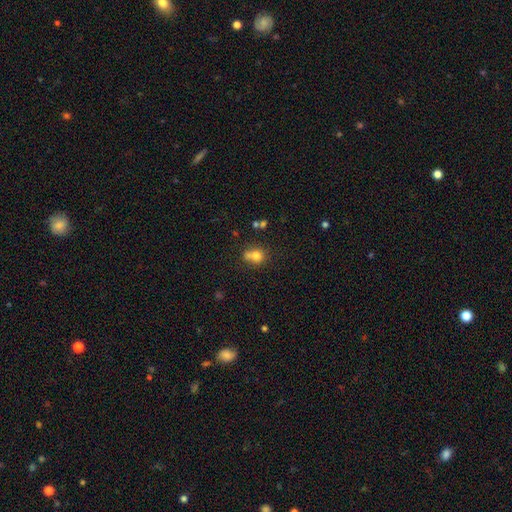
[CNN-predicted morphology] Q: Smooth or featured?
A: smooth (75%); runner-up: star or artifact (13%)
Q: How rounded?
A: round (73%); runner-up: in between (26%)
Q: Merging?
A: none (42%); runner-up: merger (39%)